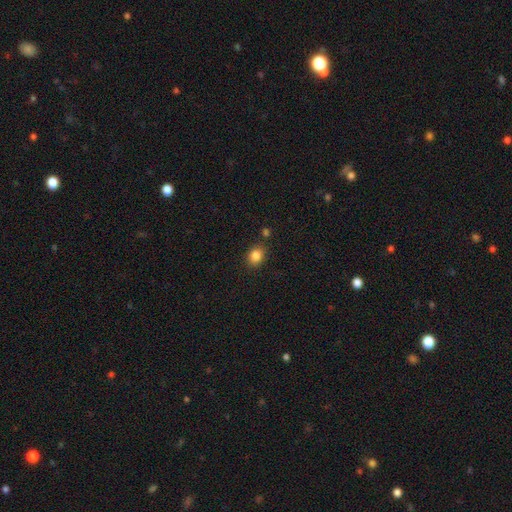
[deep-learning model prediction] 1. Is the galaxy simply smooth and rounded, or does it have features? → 84% smooth, 11% star or artifact, 5% featured or disk.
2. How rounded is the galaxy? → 54% round, 45% in between, 1% cigar-shaped.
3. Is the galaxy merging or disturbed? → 82% none, 11% minor disturbance, 5% merger, 3% major disturbance.